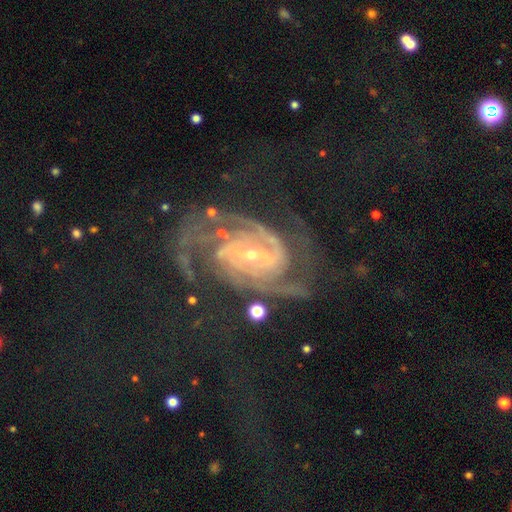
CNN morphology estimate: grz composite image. It shows a featured or disk galaxy (82%) with a weak bar (43%), 2 (44%) tight (48%) spiral arms (97%) and a small central bulge (75%). Merging: none (62%).